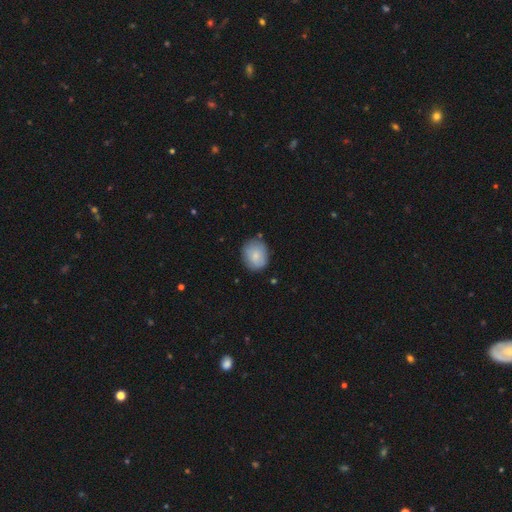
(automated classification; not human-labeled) smooth 81%, featured or disk 12%, star or artifact 7%. Down the decision tree: how rounded — round (59%); merging — none (78%).